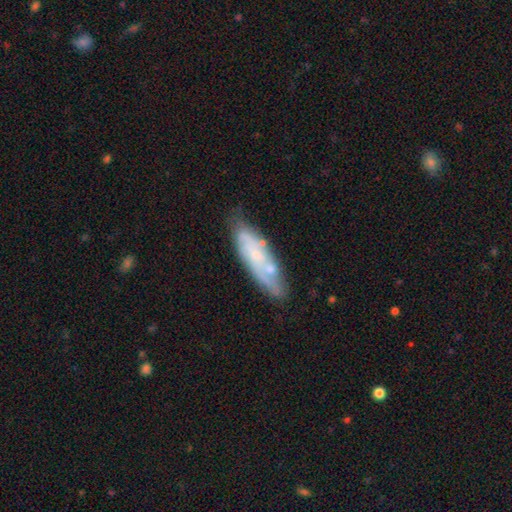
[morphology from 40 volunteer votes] Smooth or featured? 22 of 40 (55%) said smooth. How rounded? 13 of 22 (59%) said cigar-shaped. Merging? 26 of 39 (67%) said none.